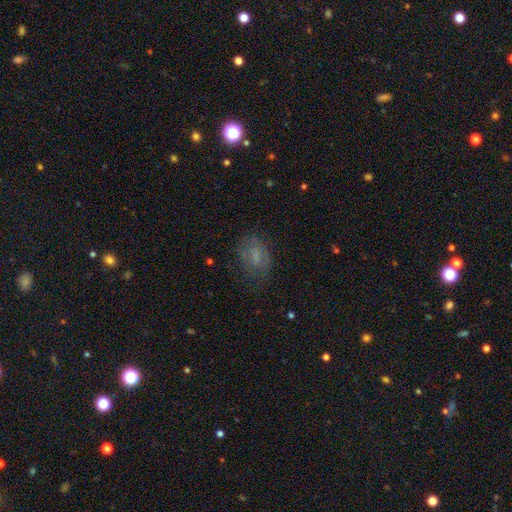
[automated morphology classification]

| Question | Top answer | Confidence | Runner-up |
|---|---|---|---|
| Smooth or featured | smooth | 57% | featured or disk (29%) |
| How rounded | in between | 77% | round (20%) |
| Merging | none | 65% | minor disturbance (21%) |